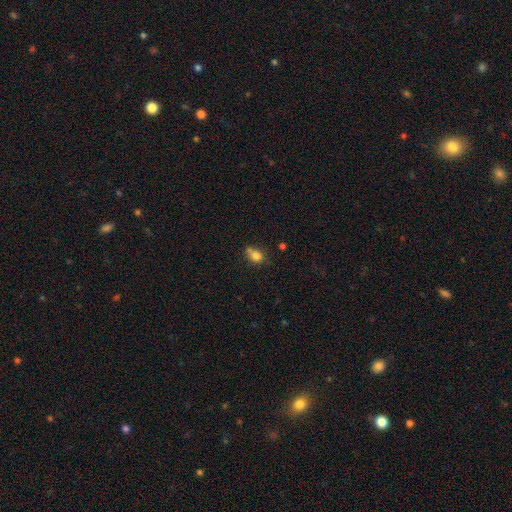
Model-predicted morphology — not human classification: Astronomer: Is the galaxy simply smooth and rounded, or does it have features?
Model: smooth — 78%.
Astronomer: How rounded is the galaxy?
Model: in between — 49%, tied with round at 49%.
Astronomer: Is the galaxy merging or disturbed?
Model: none — 47% (runner-up: minor disturbance, 25%).